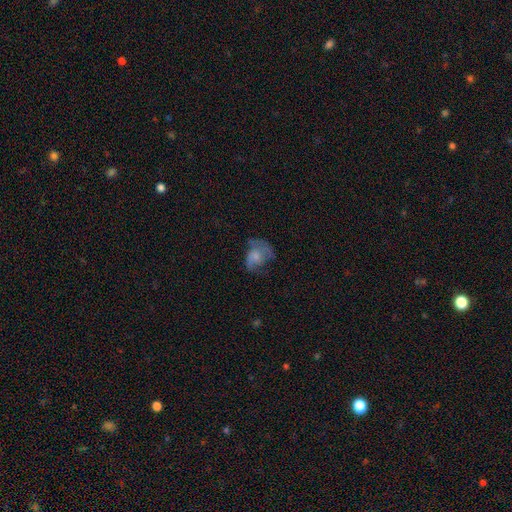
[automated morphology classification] Smooth or featured? smooth (48%)
Merging? major disturbance (37%)